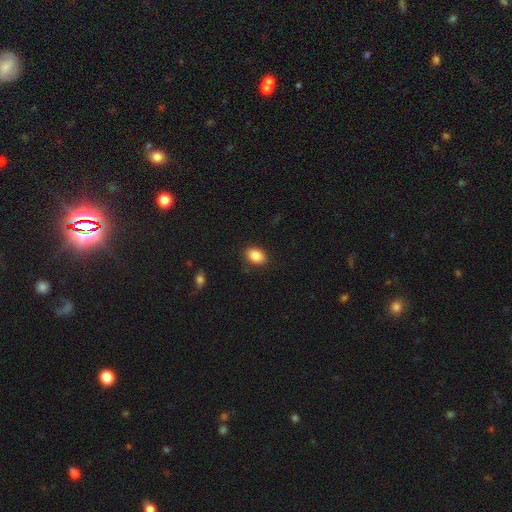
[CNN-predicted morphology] A smooth galaxy with no disk features (87%) that is in between round and cigar-shaped (81%). Merging: none (87%).